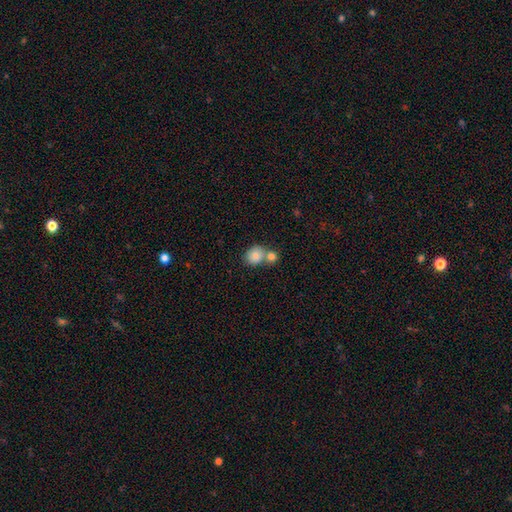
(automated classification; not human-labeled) This appears to be a smooth galaxy with no disk features (80%) that is round (77%). Merging: none (45%, tied with merger).